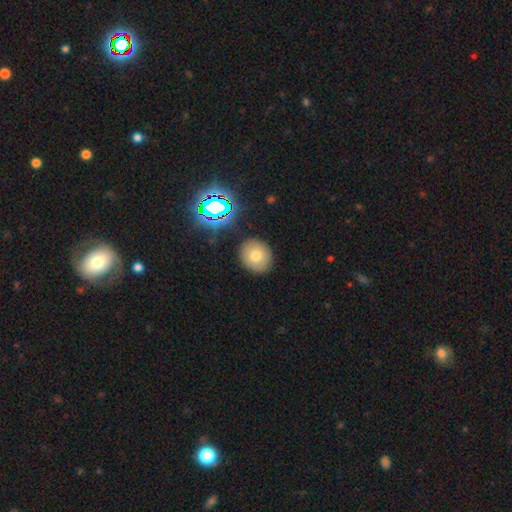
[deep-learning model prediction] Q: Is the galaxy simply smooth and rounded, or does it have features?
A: smooth — 71%.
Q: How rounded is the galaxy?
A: round — 75%.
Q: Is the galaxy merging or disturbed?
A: none — 88%.